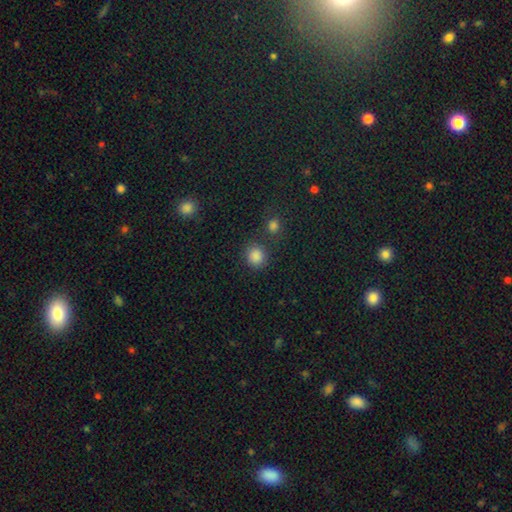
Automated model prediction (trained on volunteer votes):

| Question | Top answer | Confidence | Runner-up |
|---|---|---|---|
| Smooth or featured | smooth | 83% | star or artifact (13%) |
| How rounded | round | 87% | in between (12%) |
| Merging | none | 77% | merger (9%) |